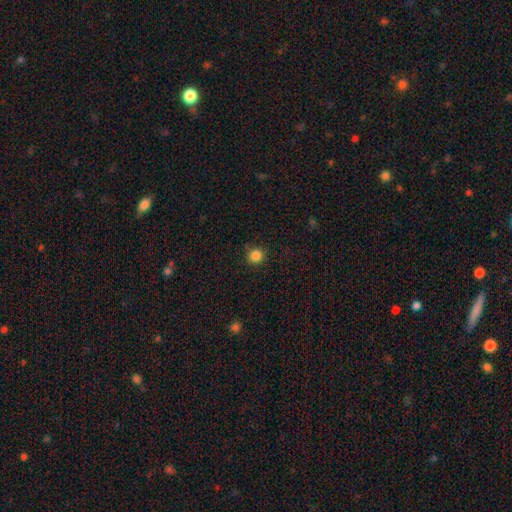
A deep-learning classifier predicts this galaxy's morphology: This is clearly a smooth galaxy (85%). How rounded: clearly round (94%). Merging: clearly none (89%).